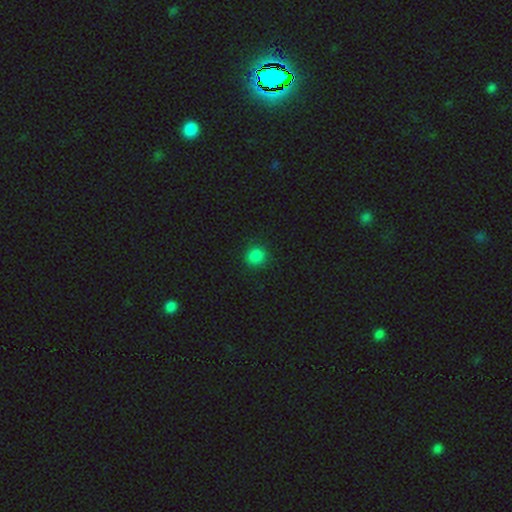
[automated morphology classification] type=smooth (84%); roundness=round (84%); merging=none (89%).